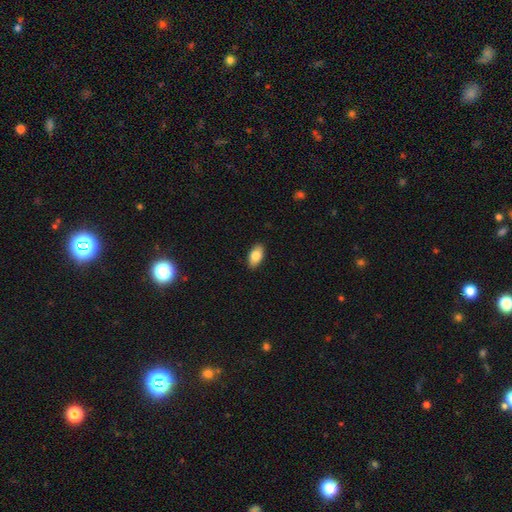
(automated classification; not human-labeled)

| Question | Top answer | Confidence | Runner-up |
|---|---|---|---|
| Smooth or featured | smooth | 82% | featured or disk (11%) |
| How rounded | in between | 92% | round (4%) |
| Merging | none | 89% | minor disturbance (8%) |